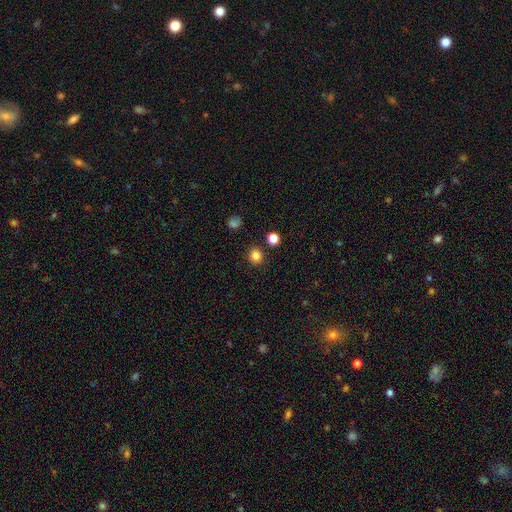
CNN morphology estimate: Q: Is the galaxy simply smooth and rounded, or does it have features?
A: smooth — 83%.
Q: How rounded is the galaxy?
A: round — 86%.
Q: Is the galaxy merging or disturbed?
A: none — 88%.